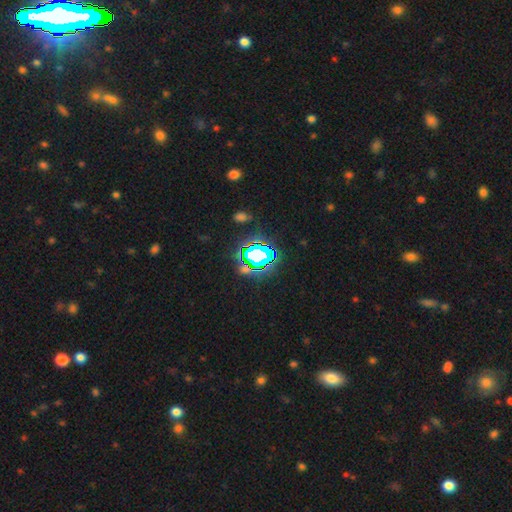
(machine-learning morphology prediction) type=star or artifact (63%).